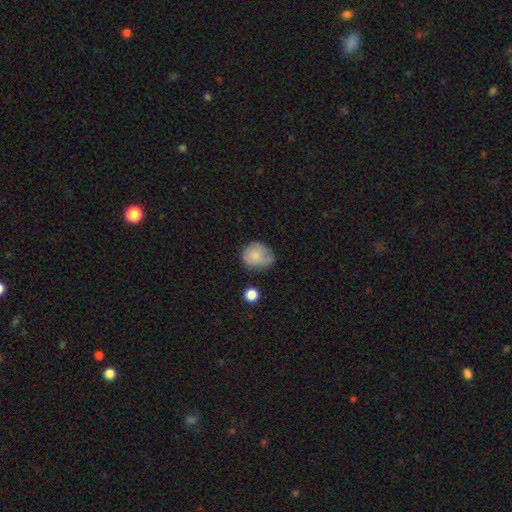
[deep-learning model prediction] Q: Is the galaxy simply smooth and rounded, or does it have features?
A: smooth — 75%.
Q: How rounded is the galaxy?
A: round — 73%.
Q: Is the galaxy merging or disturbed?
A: none — 48%.